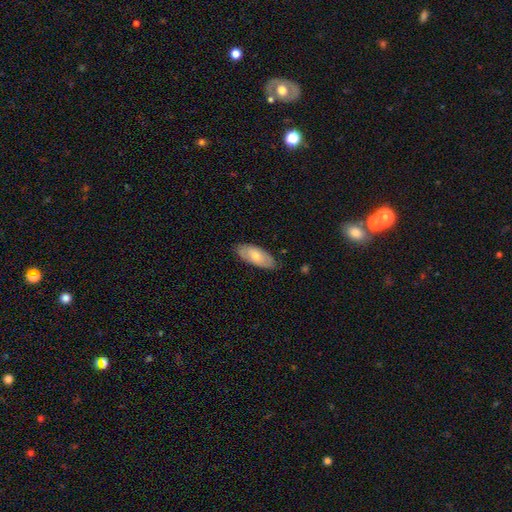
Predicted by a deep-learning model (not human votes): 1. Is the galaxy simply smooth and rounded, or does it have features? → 56% smooth, 38% featured or disk, 6% star or artifact.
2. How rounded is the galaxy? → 81% in between, 16% cigar-shaped, 2% round.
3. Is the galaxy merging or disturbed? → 84% none, 13% minor disturbance, 2% major disturbance, 1% merger.